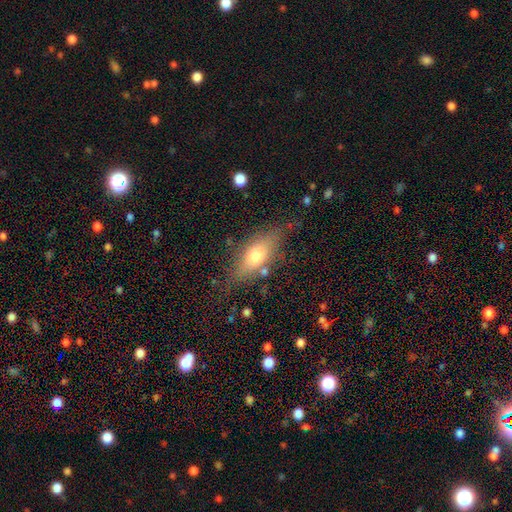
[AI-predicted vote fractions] smooth-or-featured: smooth: 58% | featured or disk: 34% | star or artifact: 8%
  how-rounded: in between: 67% | cigar-shaped: 28% | round: 5%
  merging: none: 72% | minor disturbance: 19% | major disturbance: 6% | merger: 3%